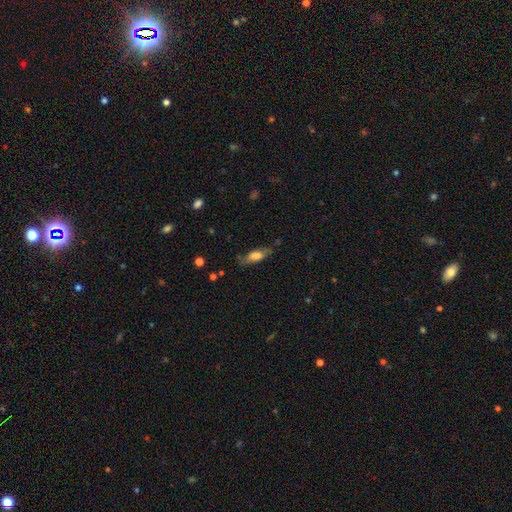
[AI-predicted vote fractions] Q: Smooth or featured?
A: smooth (63%); runner-up: featured or disk (30%)
Q: How rounded?
A: in between (59%); runner-up: cigar-shaped (38%)
Q: Merging?
A: none (70%); runner-up: minor disturbance (21%)